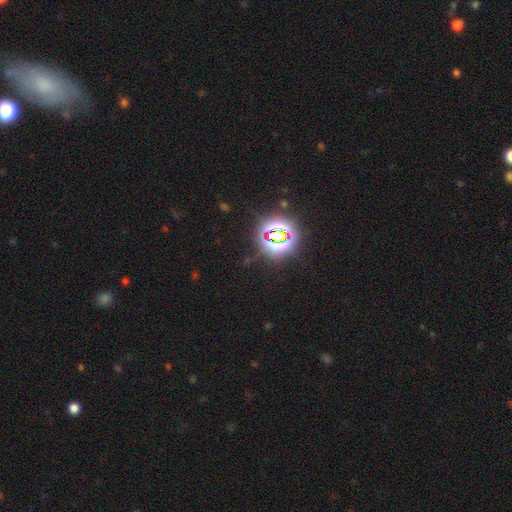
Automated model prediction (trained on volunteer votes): This is likely a star or artifact rather than a galaxy (79%).